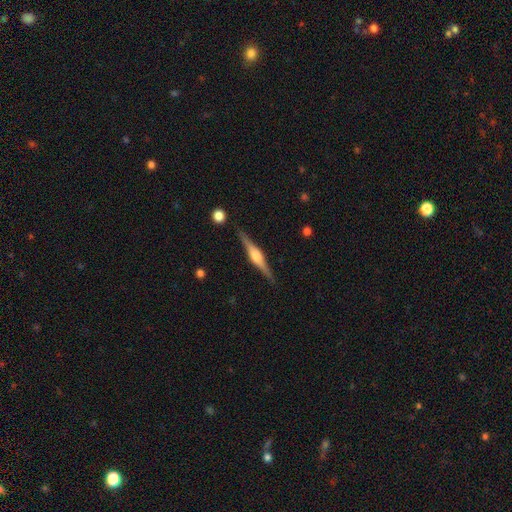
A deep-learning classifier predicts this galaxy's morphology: Q: Smooth or featured?
A: featured or disk (80%); runner-up: smooth (15%)
Q: Edge-on disk?
A: yes (98%); runner-up: no (2%)
Q: Edge-on bulge?
A: rounded (83%); runner-up: boxy (14%)
Q: Merging?
A: none (89%); runner-up: minor disturbance (8%)